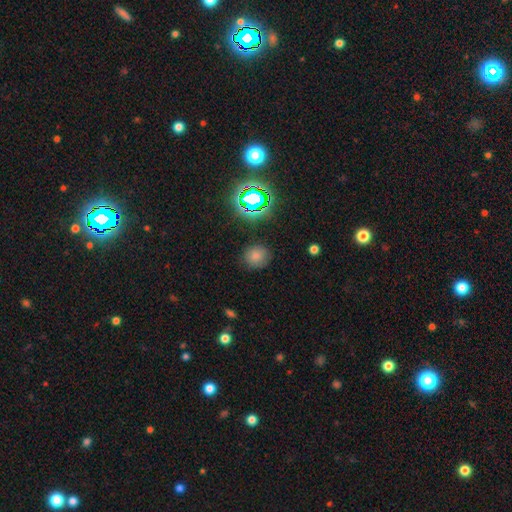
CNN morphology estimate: A smooth galaxy with no disk features (71%) that is round (75%). Merging: none (82%).